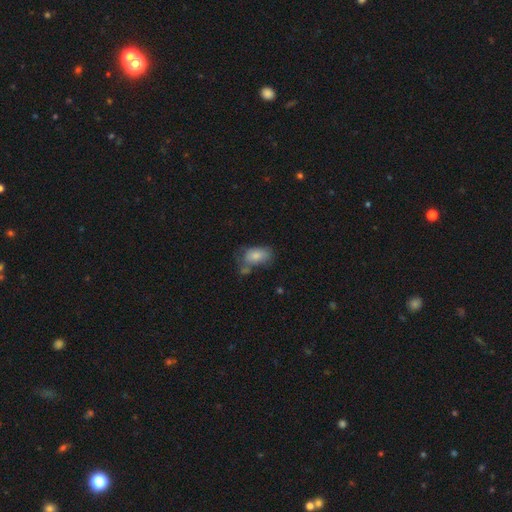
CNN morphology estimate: Smooth or featured?
  - smooth: 78% *
  - featured or disk: 14%
  - star or artifact: 8%
How rounded?
  - in between: 89% *
  - round: 9%
  - cigar-shaped: 2%
Merging?
  - none: 41% *
  - minor disturbance: 26%
  - merger: 19%
  - major disturbance: 14%